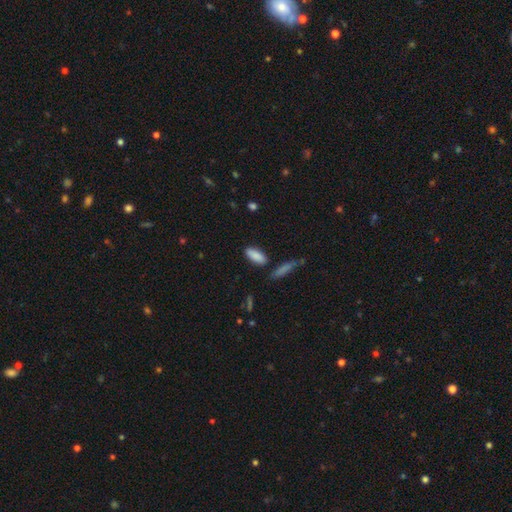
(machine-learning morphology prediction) This appears to be a smooth galaxy with no disk features (86%) that is in between round and cigar-shaped (77%). Merging: none (79%).